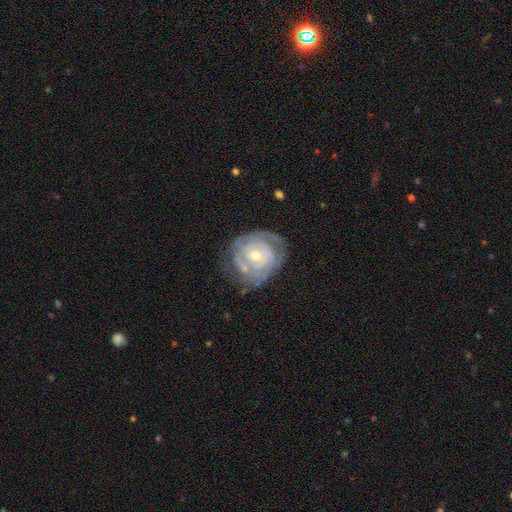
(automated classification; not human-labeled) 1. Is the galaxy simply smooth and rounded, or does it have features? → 83% featured or disk, 12% smooth, 6% star or artifact.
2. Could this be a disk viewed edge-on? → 97% no, 3% yes.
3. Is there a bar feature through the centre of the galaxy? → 70% no, 24% weak, 6% strong.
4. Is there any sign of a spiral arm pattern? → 90% yes, 10% no.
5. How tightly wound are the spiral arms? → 74% tight, 21% medium, 6% loose.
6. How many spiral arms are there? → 35% can't tell, 29% 2, 20% 3, 7% 4, 5% 1, 4% more than 4.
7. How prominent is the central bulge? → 52% small, 44% moderate, 2% large, 1% none, 1% dominant.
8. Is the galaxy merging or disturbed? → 67% none, 20% minor disturbance, 9% major disturbance, 3% merger.